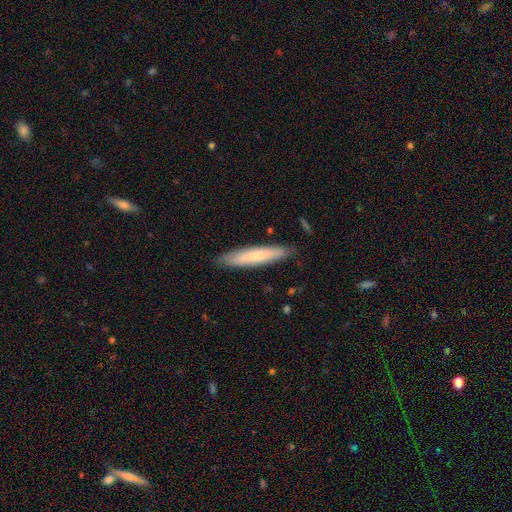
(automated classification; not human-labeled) Overall: smooth (70%). How rounded: cigar-shaped (90%). Merging: none (87%).